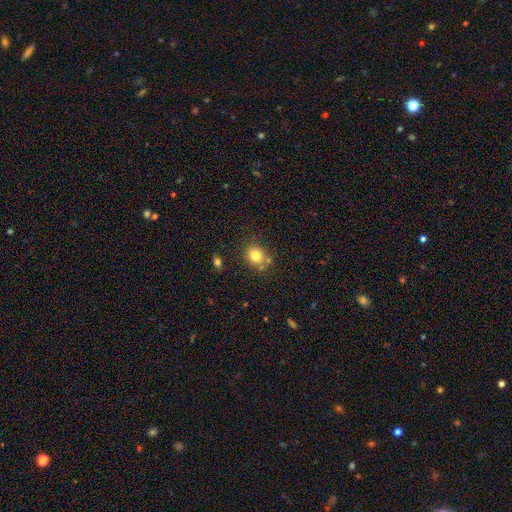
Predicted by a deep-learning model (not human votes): smooth-or-featured: smooth: 79% | star or artifact: 11% | featured or disk: 9%
  how-rounded: round: 71% | in between: 28% | cigar-shaped: 1%
  merging: none: 71% | minor disturbance: 14% | merger: 11% | major disturbance: 4%